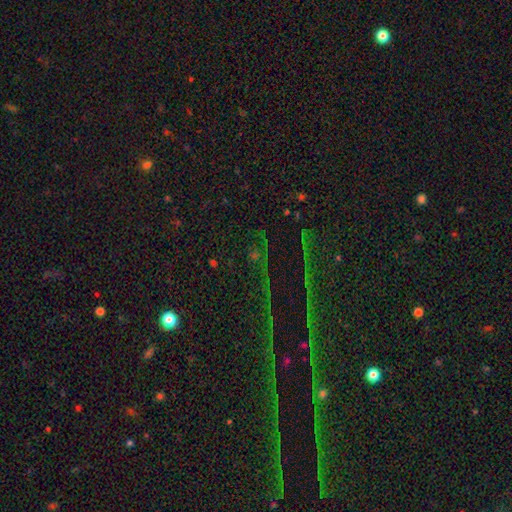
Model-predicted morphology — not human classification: Smooth or featured?
  - star or artifact: 75% *
  - smooth: 14%
  - featured or disk: 10%